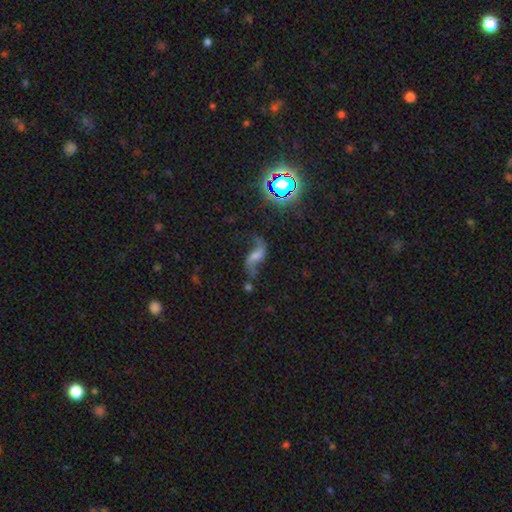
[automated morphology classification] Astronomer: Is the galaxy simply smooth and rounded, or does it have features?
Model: featured or disk — 75%.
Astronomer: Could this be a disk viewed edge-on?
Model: no — 95%.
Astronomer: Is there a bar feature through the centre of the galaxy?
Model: weak — 40% (runner-up: no, 38%).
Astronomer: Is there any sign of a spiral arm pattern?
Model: yes — 94%.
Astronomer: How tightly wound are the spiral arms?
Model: loose — 89%.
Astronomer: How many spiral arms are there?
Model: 2 — 91%.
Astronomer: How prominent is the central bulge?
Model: none — 33% (runner-up: small, 28%).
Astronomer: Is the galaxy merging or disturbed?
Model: none — 62%.